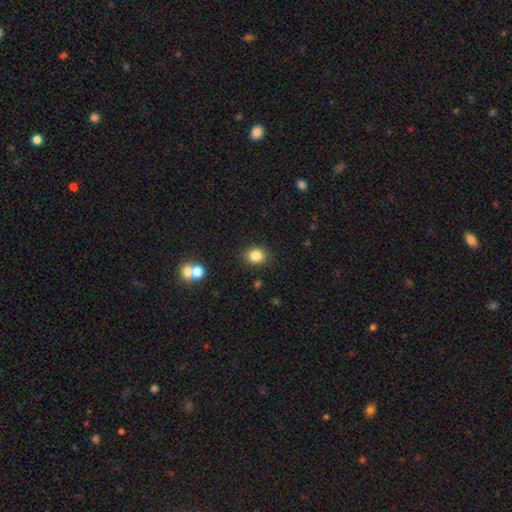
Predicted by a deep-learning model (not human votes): Smooth or featured: smooth — 84% (star or artifact — 11%)
How rounded: round — 68% (in between — 31%)
Merging: none — 86% (minor disturbance — 9%)